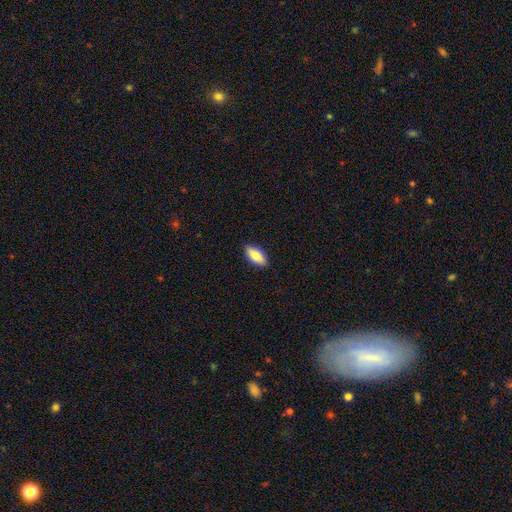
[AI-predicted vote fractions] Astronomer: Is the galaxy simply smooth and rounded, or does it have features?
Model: smooth — 81%.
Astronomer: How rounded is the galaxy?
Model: in between — 82%.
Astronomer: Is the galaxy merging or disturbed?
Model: none — 88%.